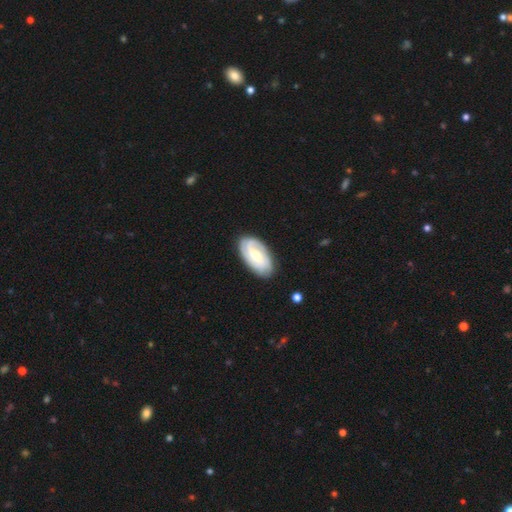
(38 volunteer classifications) Overall: featured or disk (68%). Edge-on disk: no (96%). Bar: no (64%; weak 28%). Spiral arms: yes (80%). Spiral arm count: 2 (35%, tied with can't tell). Spiral winding: tight (60%; loose 25%). Bulge size: small (60%; moderate 28%). Merging: none (75%).